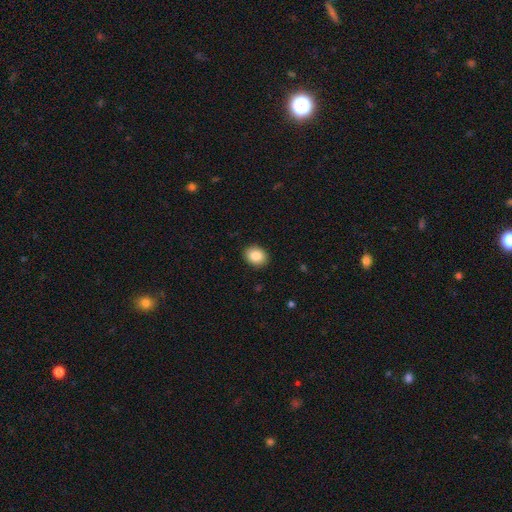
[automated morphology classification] Q: Smooth or featured?
A: smooth (87%); runner-up: star or artifact (8%)
Q: How rounded?
A: in between (50%); runner-up: round (49%)
Q: Merging?
A: none (90%); runner-up: minor disturbance (7%)